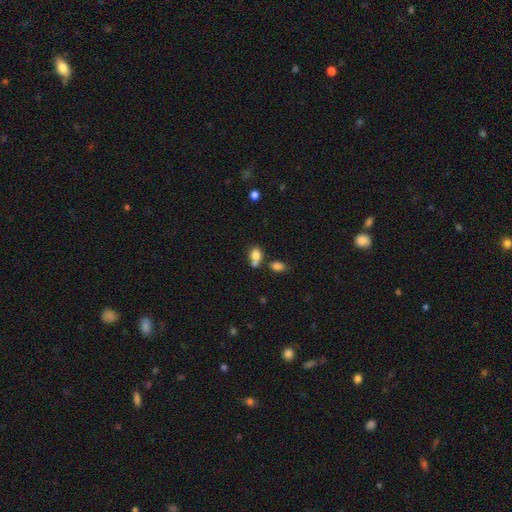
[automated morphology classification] This appears to be a smooth galaxy with no disk features (80%) that is in between round and cigar-shaped (57%). Merging: merger (42%).